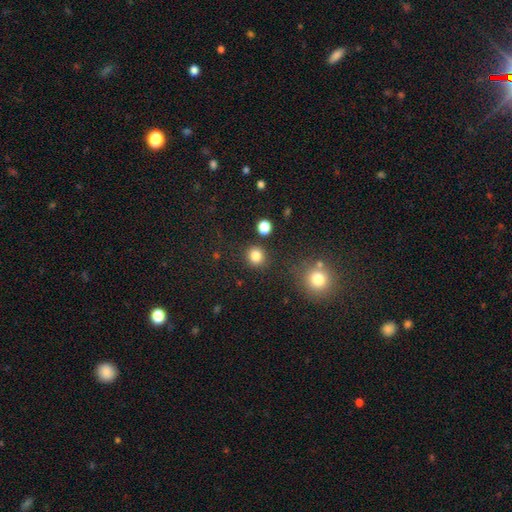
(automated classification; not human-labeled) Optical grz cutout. It shows a smooth galaxy with no disk features (84%) that is round (87%). Merging: none (85%).